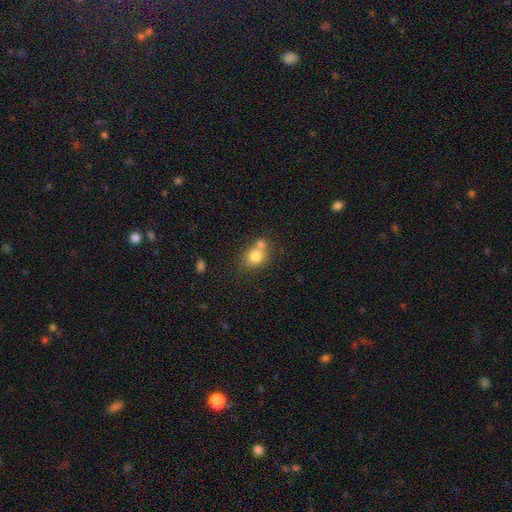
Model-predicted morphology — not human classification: A smooth galaxy with no disk features (77%) that is round (60%).

Vote fractions:
- Smooth or featured? smooth: 77% / featured or disk: 13% / star or artifact: 10%
- How rounded? round: 60% / in between: 39% / cigar-shaped: 1%
- Merging? merger: 43% / none: 42% / minor disturbance: 11% / major disturbance: 4%